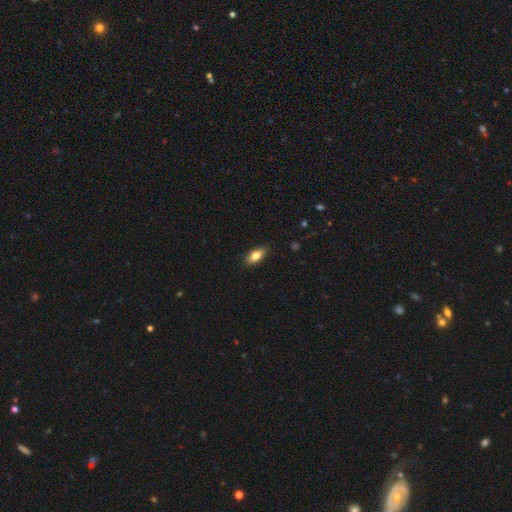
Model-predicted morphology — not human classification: This appears to be a smooth galaxy with no disk features (78%) that is in between round and cigar-shaped (84%). Merging: none (88%).